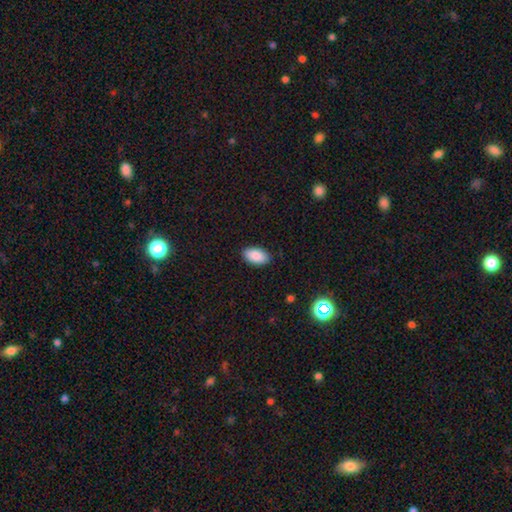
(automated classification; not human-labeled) Smooth or featured?
  - smooth: 89% *
  - star or artifact: 7%
  - featured or disk: 4%
How rounded?
  - in between: 95% *
  - round: 3%
  - cigar-shaped: 2%
Merging?
  - none: 88% *
  - minor disturbance: 9%
  - major disturbance: 2%
  - merger: 1%